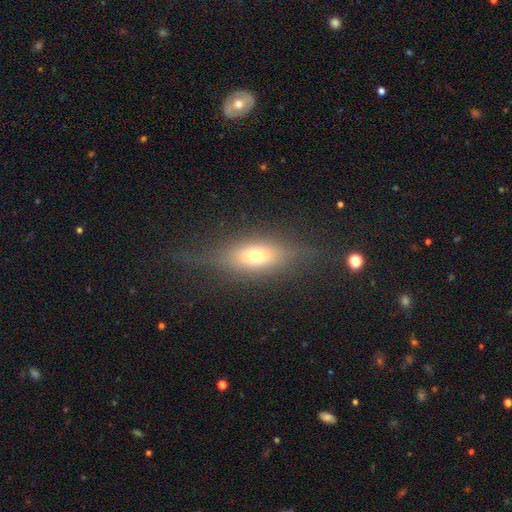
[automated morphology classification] Smooth or featured? Predicted: smooth (p=0.52). How rounded? Predicted: in between (p=0.61). Merging? Predicted: none (p=0.67).